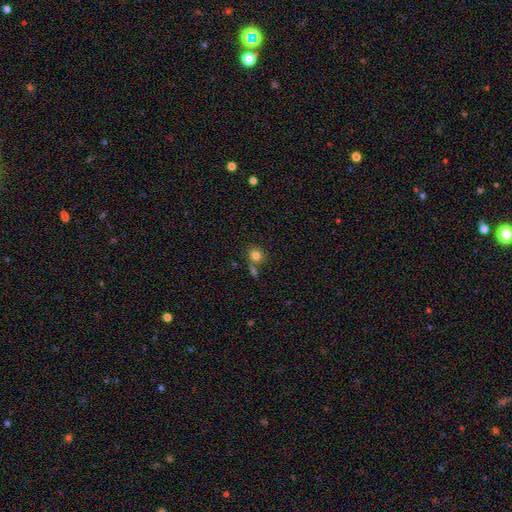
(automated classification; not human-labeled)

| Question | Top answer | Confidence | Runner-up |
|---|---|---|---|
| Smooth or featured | smooth | 82% | star or artifact (11%) |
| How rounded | round | 69% | in between (30%) |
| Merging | none | 59% | merger (24%) |